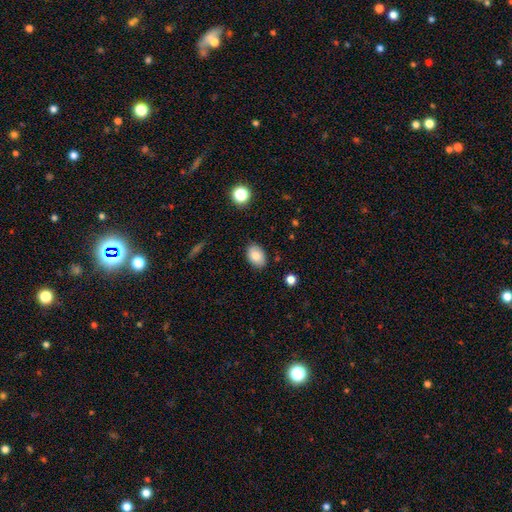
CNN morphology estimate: Smooth or featured? smooth (82%)
How rounded? in between (87%)
Merging? none (85%)